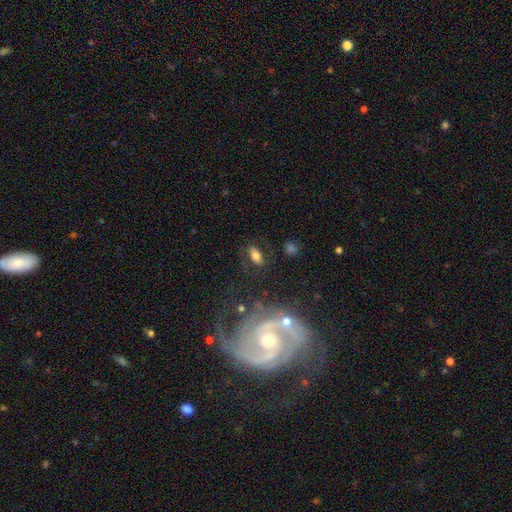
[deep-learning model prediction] Morphology: type=smooth (64%); roundness=in between (84%); merging=none (75%).